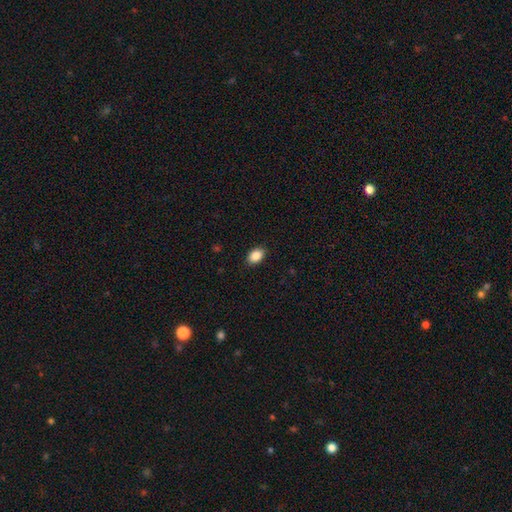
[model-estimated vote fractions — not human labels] Smooth or featured? smooth (88%)
How rounded? in between (83%)
Merging? none (88%)